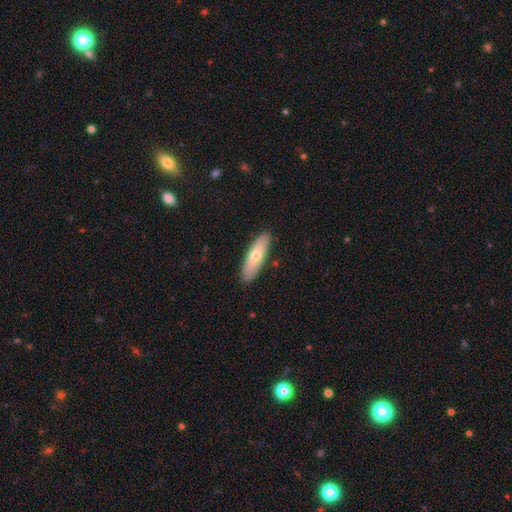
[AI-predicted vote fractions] Smooth or featured?
  - smooth: 63% *
  - featured or disk: 31%
  - star or artifact: 6%
How rounded?
  - cigar-shaped: 55% *
  - in between: 43%
  - round: 2%
Merging?
  - none: 88% *
  - minor disturbance: 9%
  - major disturbance: 2%
  - merger: 1%